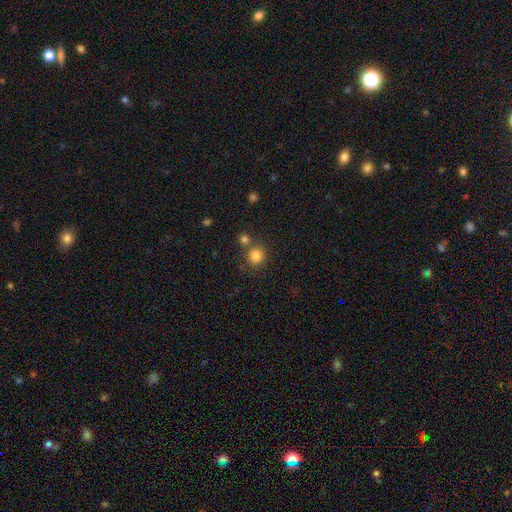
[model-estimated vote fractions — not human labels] smooth_or_featured: smooth (p=0.83) [alt: star or artifact p=0.12]
how_rounded: round (p=0.88) [alt: in between p=0.11]
merging: none (p=0.70) [alt: merger p=0.18]